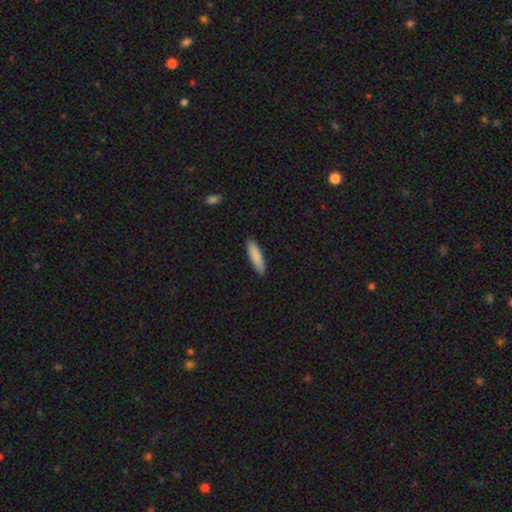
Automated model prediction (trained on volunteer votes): A smooth galaxy with no disk features (87%) that is cigar-shaped (72%). Merging: none (90%).